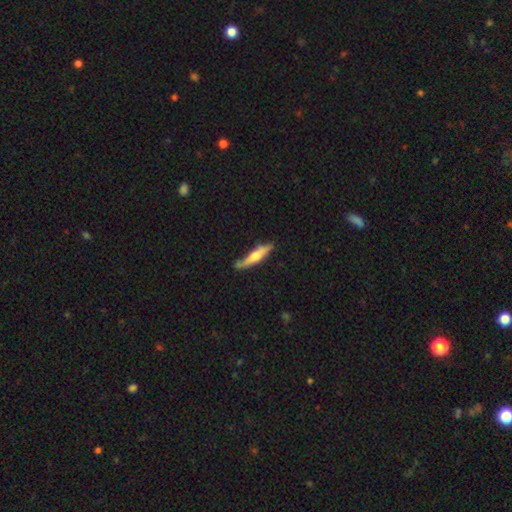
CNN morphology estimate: The model was most divided on "smooth or featured": featured or disk: 48%, smooth: 47%, star or artifact: 5%. More confident: merging — none (70%).